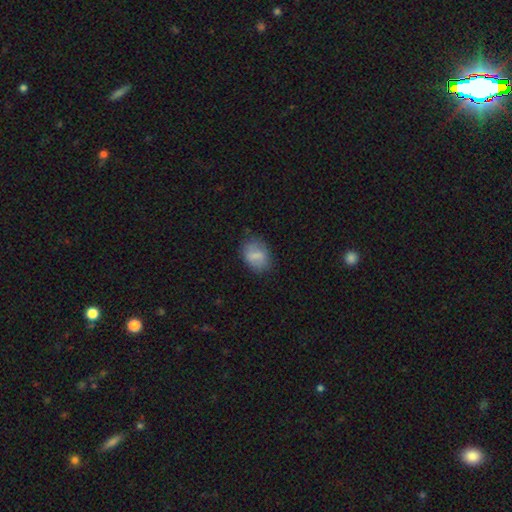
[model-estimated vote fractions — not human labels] Smooth or featured?
  - smooth: 69% *
  - featured or disk: 23%
  - star or artifact: 8%
How rounded?
  - in between: 74% *
  - round: 24%
  - cigar-shaped: 2%
Merging?
  - none: 72% *
  - minor disturbance: 20%
  - major disturbance: 6%
  - merger: 2%